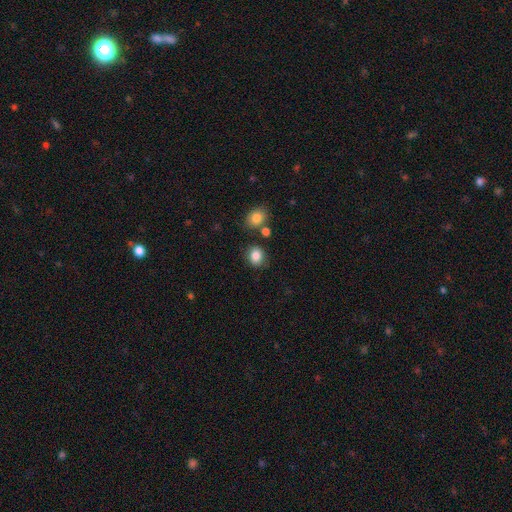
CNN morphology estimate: A smooth galaxy with no disk features (85%) that is round (63%).

Vote fractions:
- Smooth or featured? smooth: 85% / star or artifact: 10% / featured or disk: 5%
- How rounded? round: 63% / in between: 36% / cigar-shaped: 1%
- Merging? none: 78% / minor disturbance: 12% / merger: 7% / major disturbance: 3%